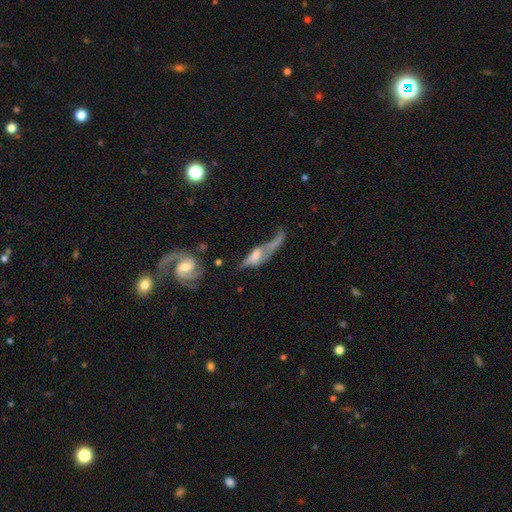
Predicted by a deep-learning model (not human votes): smooth-or-featured: featured or disk: 62% | smooth: 29% | star or artifact: 9%
  disk-edge-on: no: 72% | yes: 28%
  merging: major disturbance: 36% | merger: 27% | none: 20% | minor disturbance: 17%